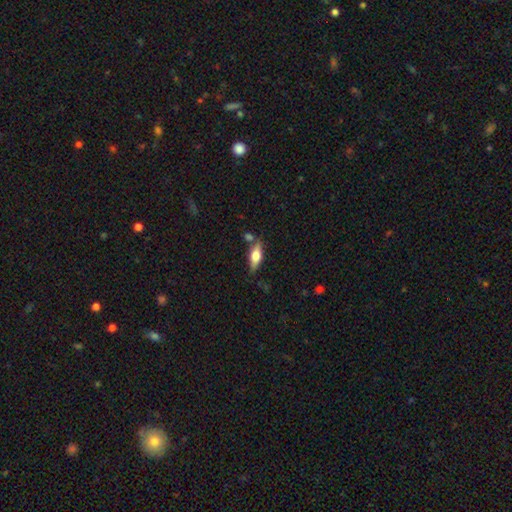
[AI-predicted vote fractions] Morphology: type=smooth (48%); merging=none (72%).